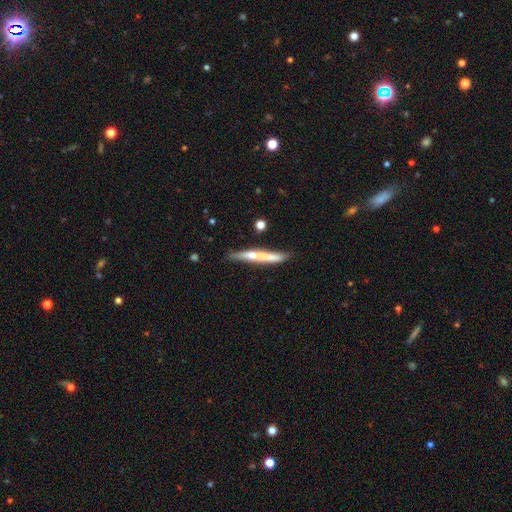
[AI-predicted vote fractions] Q: Smooth or featured?
A: smooth (48%); runner-up: featured or disk (46%)
Q: Merging?
A: none (67%); runner-up: minor disturbance (18%)